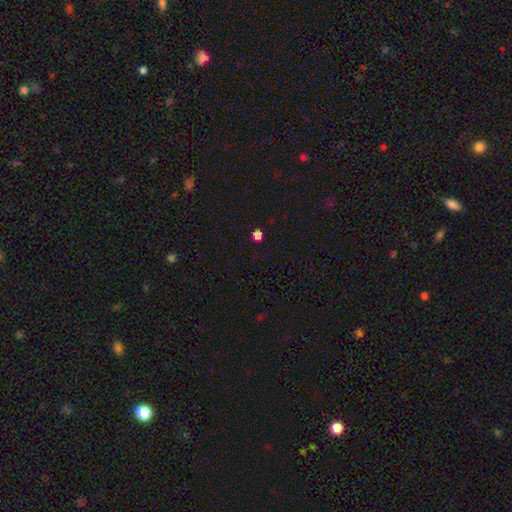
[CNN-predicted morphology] smooth_or_featured: star or artifact (p=0.58) [alt: smooth p=0.35]